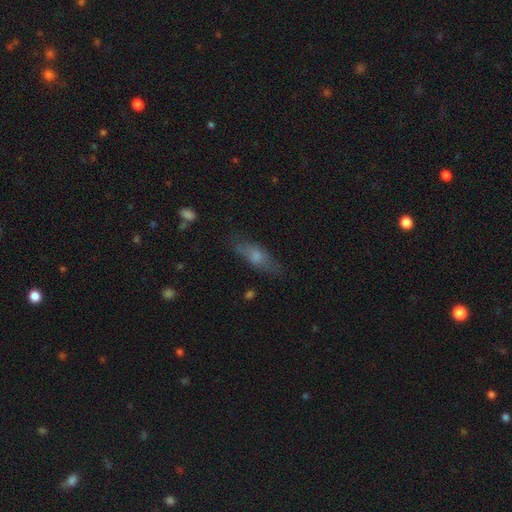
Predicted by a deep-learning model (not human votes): smooth-or-featured: smooth: 56% | featured or disk: 35% | star or artifact: 9%
  how-rounded: in between: 50% | cigar-shaped: 47% | round: 4%
  merging: none: 73% | minor disturbance: 19% | major disturbance: 6% | merger: 2%